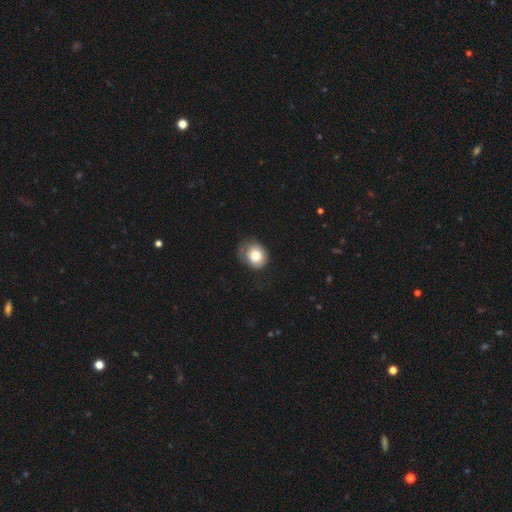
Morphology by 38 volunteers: Q: Smooth or featured?
A: smooth (79%); runner-up: featured or disk (13%)
Q: How rounded?
A: round (87%); runner-up: in between (13%)
Q: Merging?
A: none (43%); runner-up: minor disturbance (26%)